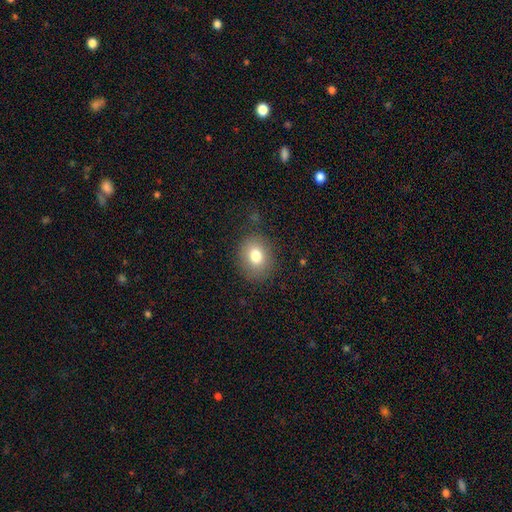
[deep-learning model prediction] This is likely a smooth galaxy (79%). How rounded: likely round (61%). Merging: clearly none (83%).